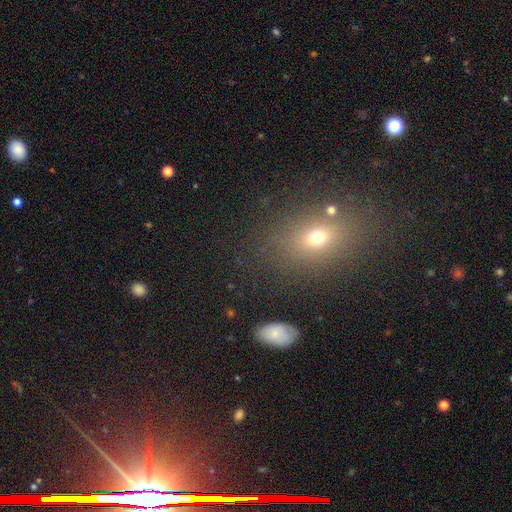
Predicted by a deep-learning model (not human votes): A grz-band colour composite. It shows a star or artifact, not a galaxy (43%, tied with smooth).